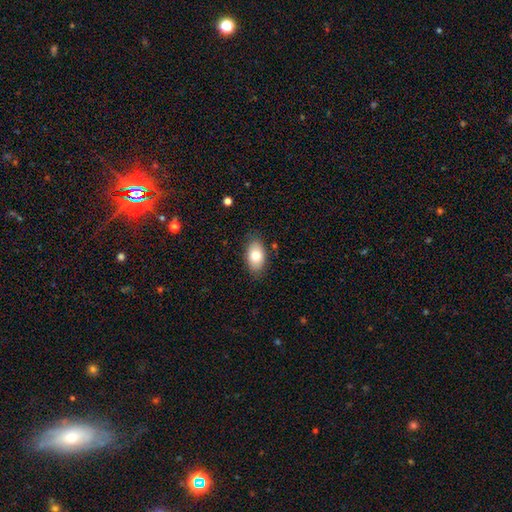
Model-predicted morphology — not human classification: Smooth or featured?
  - smooth: 79% *
  - featured or disk: 14%
  - star or artifact: 7%
How rounded?
  - in between: 92% *
  - round: 6%
  - cigar-shaped: 2%
Merging?
  - none: 83% *
  - minor disturbance: 13%
  - major disturbance: 3%
  - merger: 1%